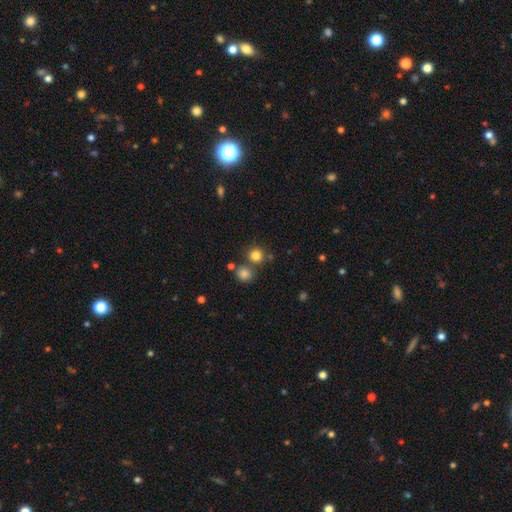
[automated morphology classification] This is clearly a smooth galaxy (81%). How rounded: clearly round (91%). Merging: likely none (73%).